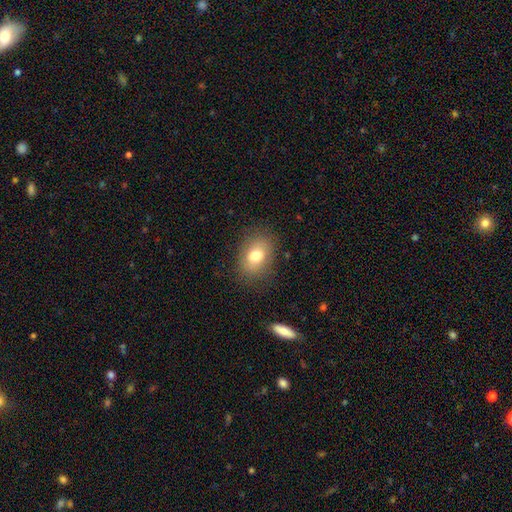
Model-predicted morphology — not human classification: This appears to be a smooth galaxy with no disk features (77%) that is in between round and cigar-shaped (70%). Merging: none (83%).